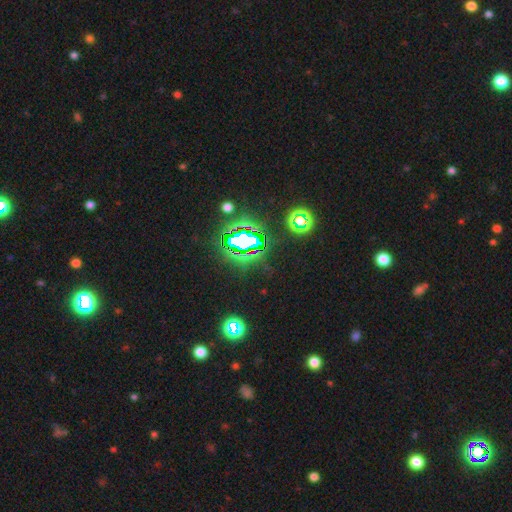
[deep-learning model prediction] This appears to be a star or artifact, not a galaxy (82%).